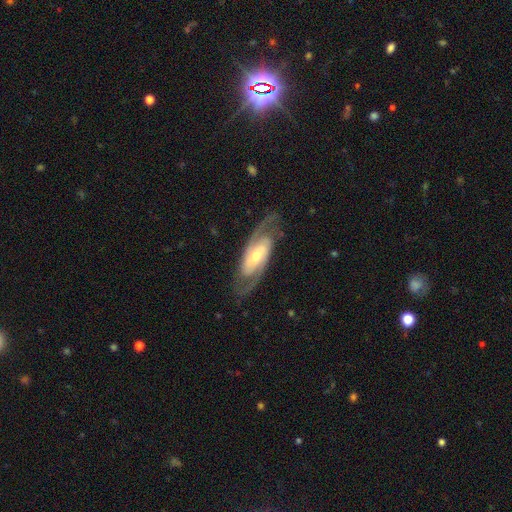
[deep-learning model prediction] This is clearly a featured or disk galaxy (88%). It is clearly not viewed edge-on (93%). Bar: marginally weak (37%). Spiral arm pattern: clearly yes (96%). Spiral arm count: clearly 2 (91%). Spiral winding: possibly medium (49%). Central bulge: possibly moderate (58%). Merging: likely none (80%).